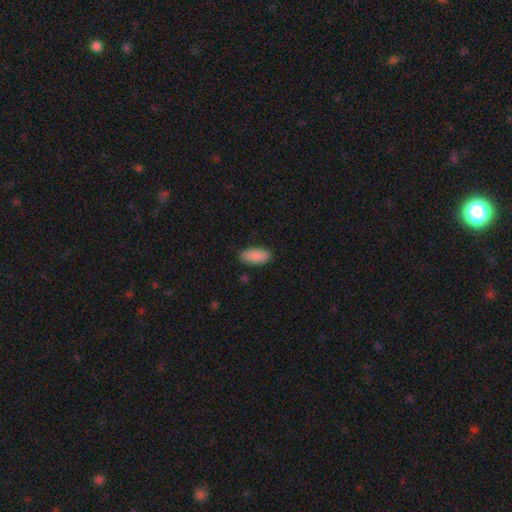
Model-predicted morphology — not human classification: Smooth or featured? smooth (90%)
How rounded? in between (89%)
Merging? none (86%)